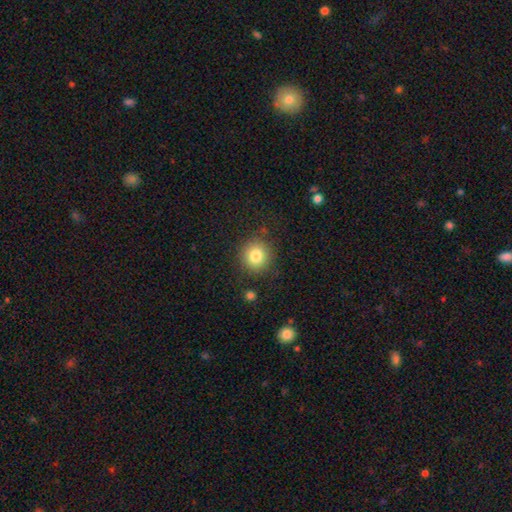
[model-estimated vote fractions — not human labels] Smooth or featured: smooth — 81% (star or artifact — 11%)
How rounded: round — 90% (in between — 9%)
Merging: none — 86% (minor disturbance — 9%)